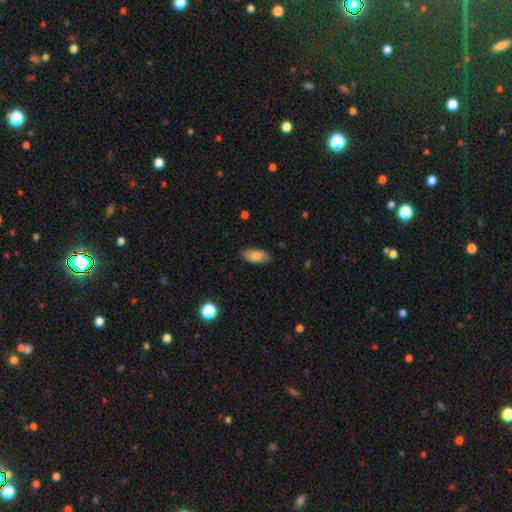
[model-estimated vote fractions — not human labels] This appears to be a smooth galaxy with no disk features (79%) that is in between round and cigar-shaped (92%). Merging: none (87%).